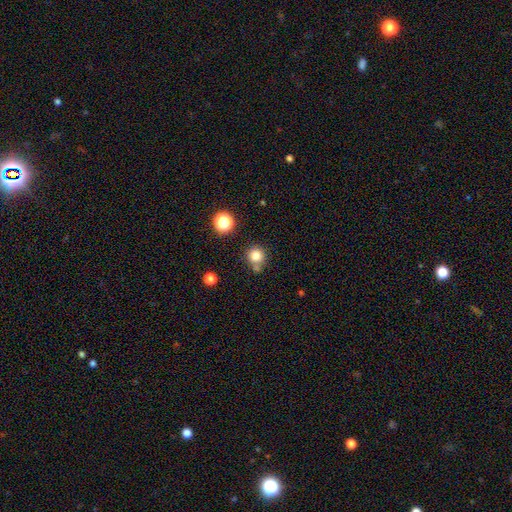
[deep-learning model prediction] Overall: smooth (80%). How rounded: round (91%). Merging: none (69%).